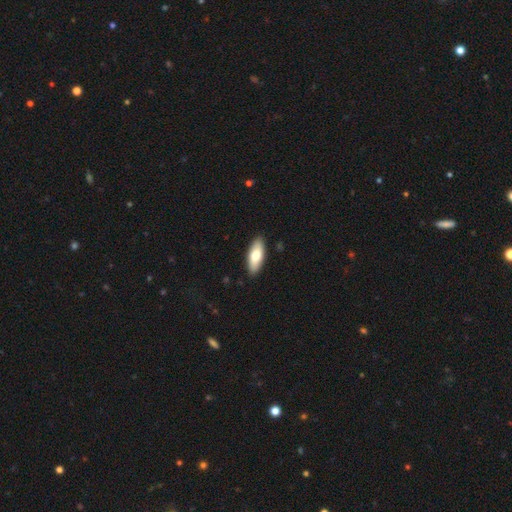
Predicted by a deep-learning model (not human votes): This appears to be a smooth galaxy with no disk features (73%) that is in between round and cigar-shaped (76%). Merging: none (89%).